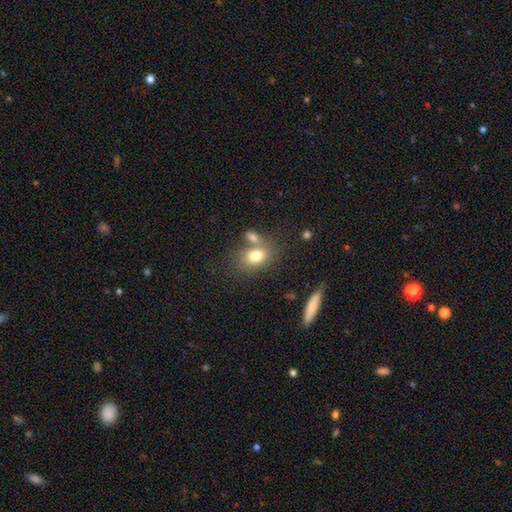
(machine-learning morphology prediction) smooth 77%, featured or disk 13%, star or artifact 10%. Down the decision tree: how rounded — in between (73%); merging — none (52%).